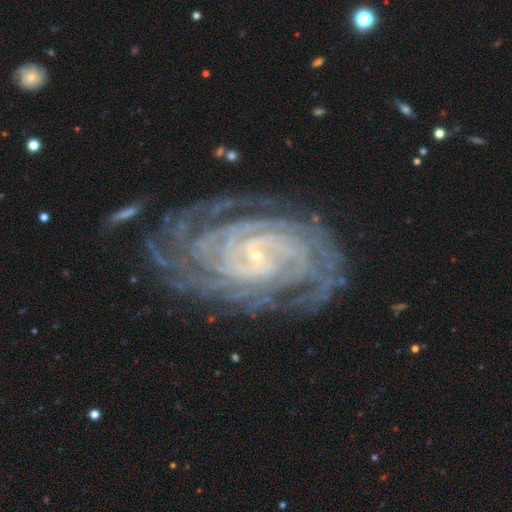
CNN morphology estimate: featured or disk 92%, star or artifact 5%, smooth 3%. Down the decision tree: edge-on disk — no (97%); bar — no (45%); spiral arms — yes (99%); spiral arm count — more than 4 (23%); spiral winding — tight (84%); bulge size — small (88%); merging — none (76%).